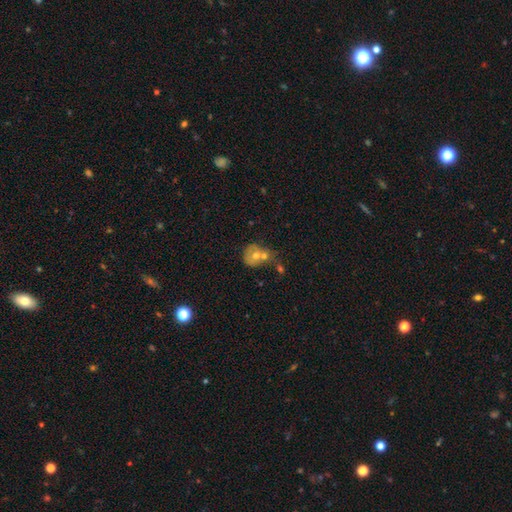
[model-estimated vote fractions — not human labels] A smooth galaxy with no disk features (59%) that is round (67%).

Vote fractions:
- Smooth or featured? smooth: 59% / featured or disk: 31% / star or artifact: 9%
- How rounded? round: 67% / in between: 32% / cigar-shaped: 1%
- Merging? merger: 60% / none: 22% / minor disturbance: 11% / major disturbance: 7%